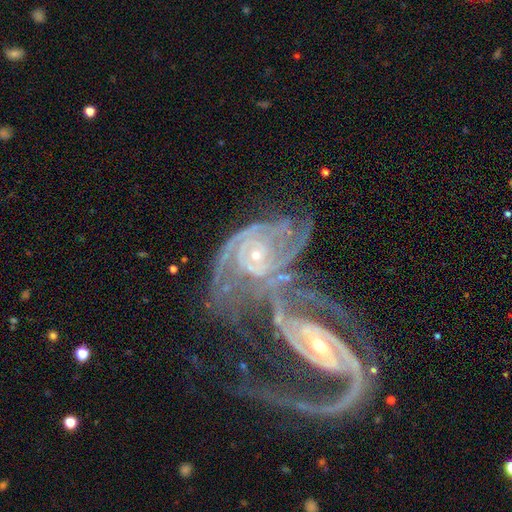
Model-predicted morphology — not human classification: The model was most divided on "spiral arm count": 2: 40%, 3: 21%, can't tell: 17%, 4: 8%, more than 4: 7%, 1: 7%. More confident: spiral arms — yes (97%); edge-on disk — no (97%); smooth or featured — featured or disk (91%); bulge size — small (71%); merging — merger (62%); bar — no (61%); spiral winding — tight (57%).